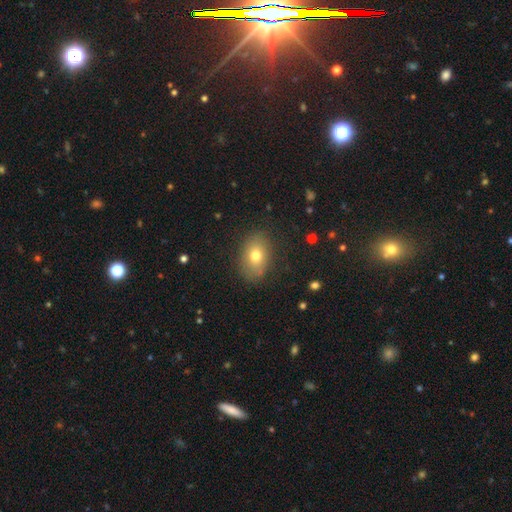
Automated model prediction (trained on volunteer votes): smooth-or-featured: smooth: 73% | featured or disk: 16% | star or artifact: 11%
  how-rounded: in between: 75% | round: 24% | cigar-shaped: 1%
  merging: none: 82% | minor disturbance: 13% | major disturbance: 4% | merger: 1%